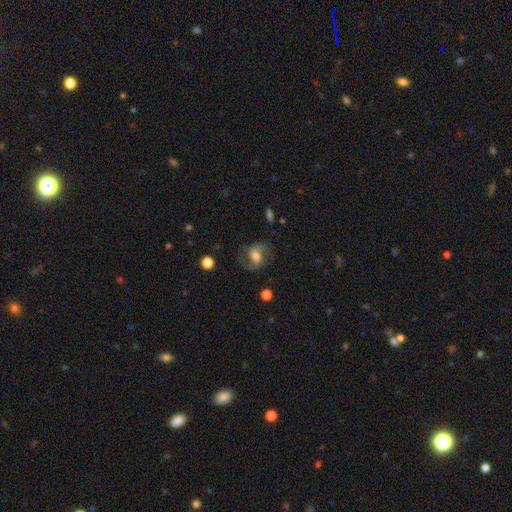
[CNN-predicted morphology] A featured or disk galaxy (54%) with a weak bar (43%), spiral arms (84%) and a moderate central bulge (54%). Merging: none (65%).